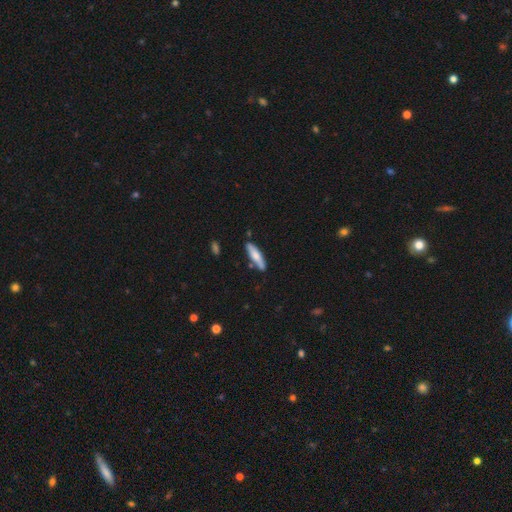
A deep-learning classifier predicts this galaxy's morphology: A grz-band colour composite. It shows a smooth galaxy with no disk features (66%) that is cigar-shaped (75%). Merging: none (78%).